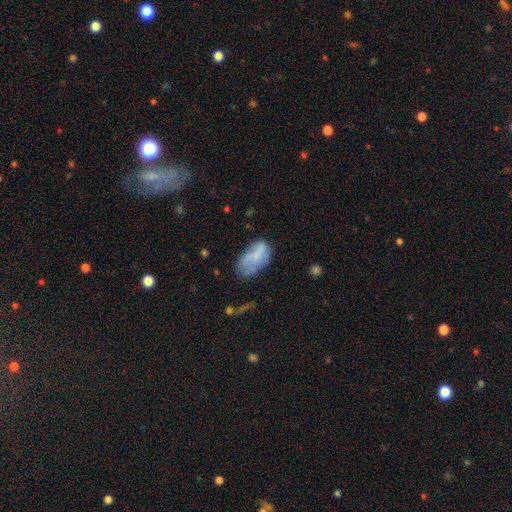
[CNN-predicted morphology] type=smooth (66%); roundness=in between (93%); merging=none (40%).